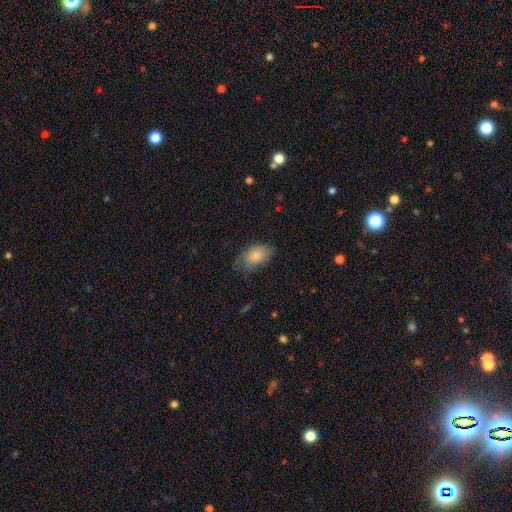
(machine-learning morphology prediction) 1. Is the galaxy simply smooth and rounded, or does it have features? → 81% smooth, 12% featured or disk, 7% star or artifact.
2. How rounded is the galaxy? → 92% in between, 7% round, 2% cigar-shaped.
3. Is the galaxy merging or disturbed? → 62% none, 28% minor disturbance, 8% major disturbance, 1% merger.